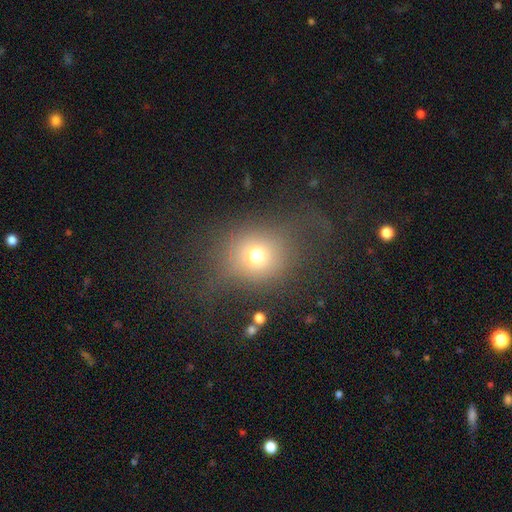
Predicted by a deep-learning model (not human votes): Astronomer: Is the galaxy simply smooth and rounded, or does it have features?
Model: smooth — 68%.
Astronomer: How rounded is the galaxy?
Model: round — 77%.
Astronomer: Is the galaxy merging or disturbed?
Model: none — 56%.